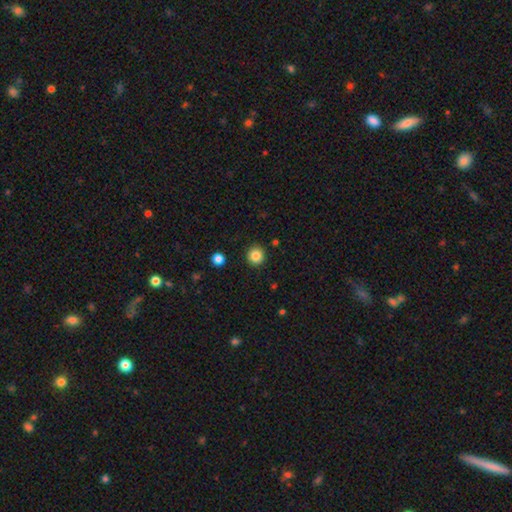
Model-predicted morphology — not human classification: smooth-or-featured: smooth: 85% | star or artifact: 10% | featured or disk: 4%
  how-rounded: round: 94% | in between: 5% | cigar-shaped: 1%
  merging: none: 92% | minor disturbance: 5% | major disturbance: 2% | merger: 1%